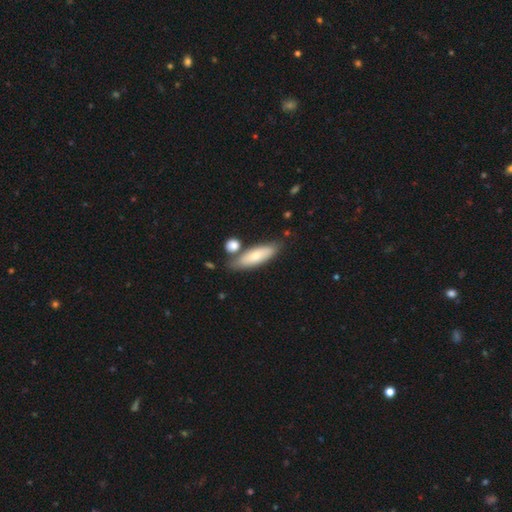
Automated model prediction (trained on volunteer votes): Smooth or featured? smooth (71%)
How rounded? cigar-shaped (50%)
Merging? none (69%)